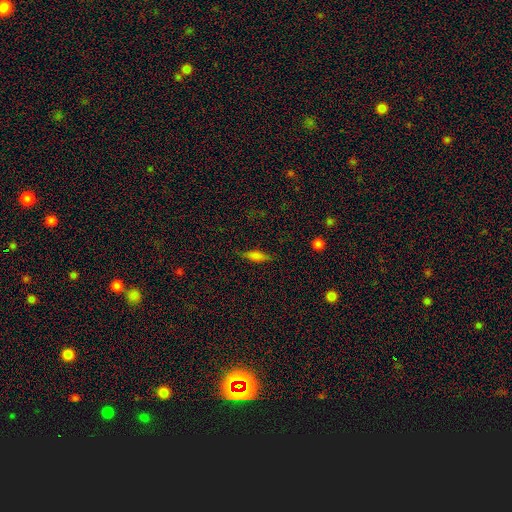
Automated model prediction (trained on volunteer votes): A smooth galaxy with no disk features (70%) that is in between round and cigar-shaped (53%). Merging: none (80%).